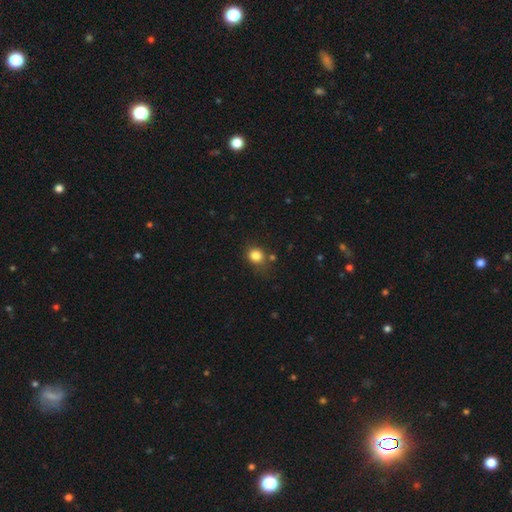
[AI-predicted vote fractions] smooth_or_featured: smooth (p=0.83) [alt: star or artifact p=0.12]
how_rounded: round (p=0.72) [alt: in between p=0.27]
merging: none (p=0.71) [alt: minor disturbance p=0.17]